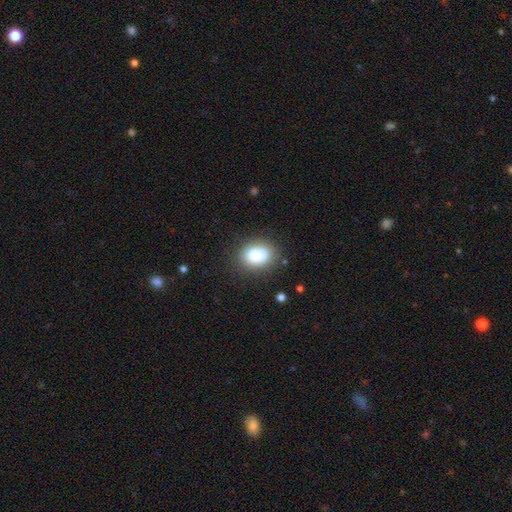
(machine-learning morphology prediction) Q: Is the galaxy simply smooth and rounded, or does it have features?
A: smooth — 83%.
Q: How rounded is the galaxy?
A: in between — 73%.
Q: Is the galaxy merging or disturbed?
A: none — 79%.